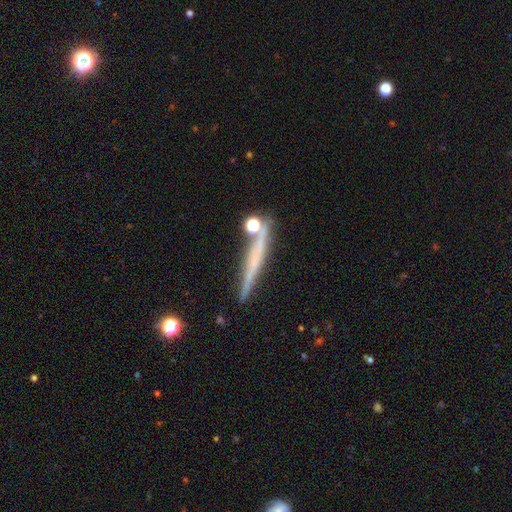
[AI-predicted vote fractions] This is possibly a featured or disk galaxy (53%). It is clearly viewed edge-on (95%). Edge-on bulge: likely none (74%). Merging: likely none (77%).